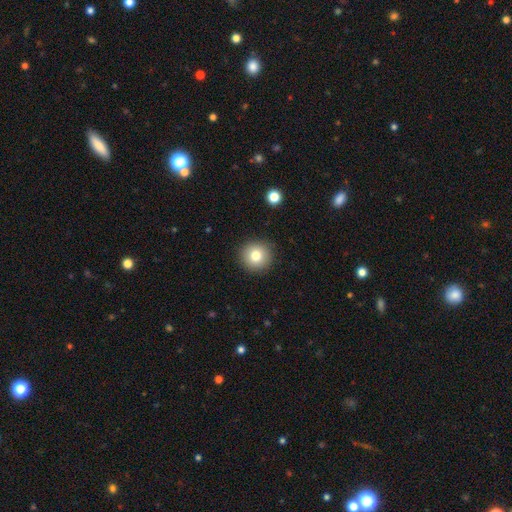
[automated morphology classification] Smooth or featured? smooth (79%)
How rounded? round (94%)
Merging? none (91%)